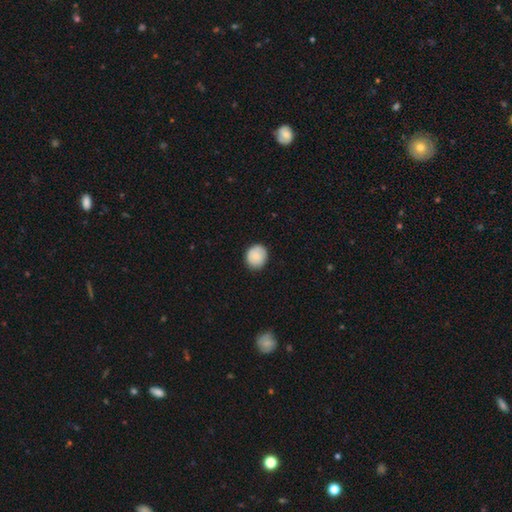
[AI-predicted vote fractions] smooth 81%, featured or disk 12%, star or artifact 7%. Down the decision tree: how rounded — round (77%); merging — none (86%).